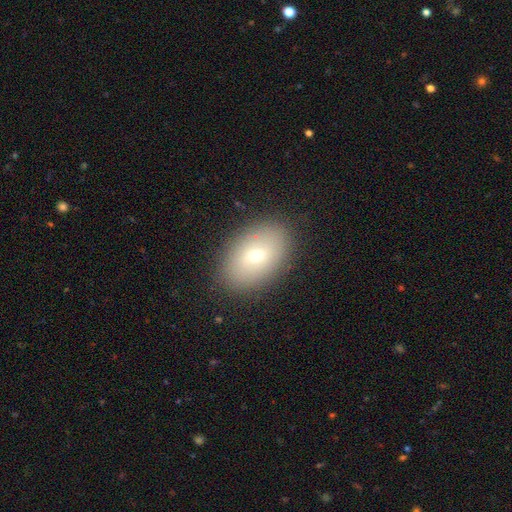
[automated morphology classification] A smooth galaxy with no disk features (68%) that is in between round and cigar-shaped (87%). Merging: none (87%).